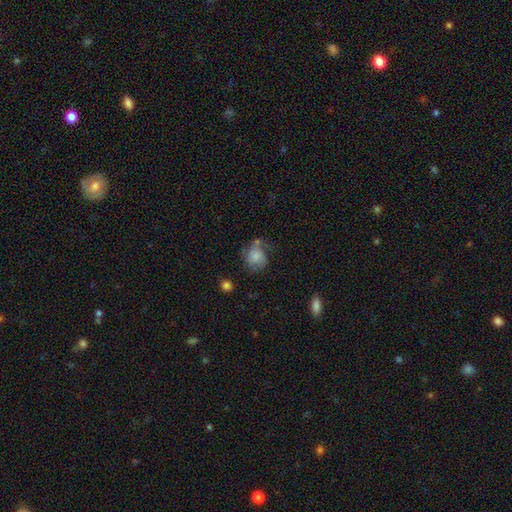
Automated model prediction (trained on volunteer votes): Smooth or featured? smooth (65%)
How rounded? round (67%)
Merging? none (44%)